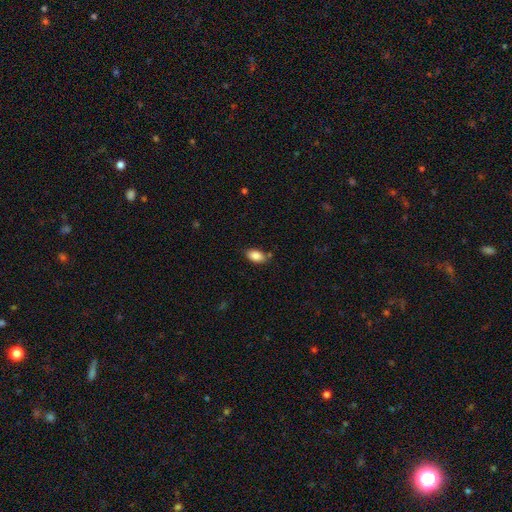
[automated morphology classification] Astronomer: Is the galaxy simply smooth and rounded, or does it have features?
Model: smooth — 86%.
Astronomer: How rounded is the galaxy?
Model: in between — 92%.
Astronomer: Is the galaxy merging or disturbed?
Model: none — 78%.